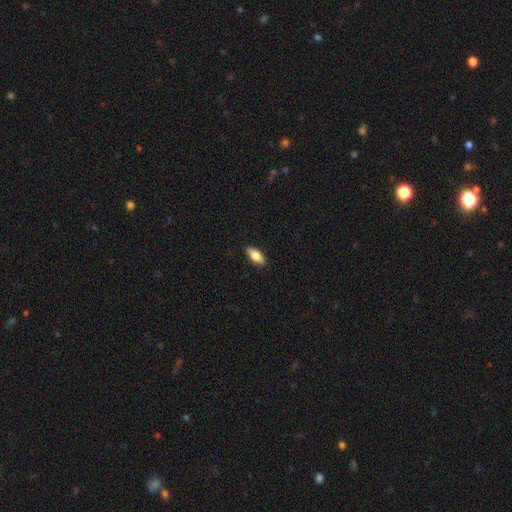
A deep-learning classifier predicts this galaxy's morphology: Q: Smooth or featured?
A: smooth (78%); runner-up: featured or disk (15%)
Q: How rounded?
A: in between (82%); runner-up: cigar-shaped (16%)
Q: Merging?
A: none (87%); runner-up: minor disturbance (10%)